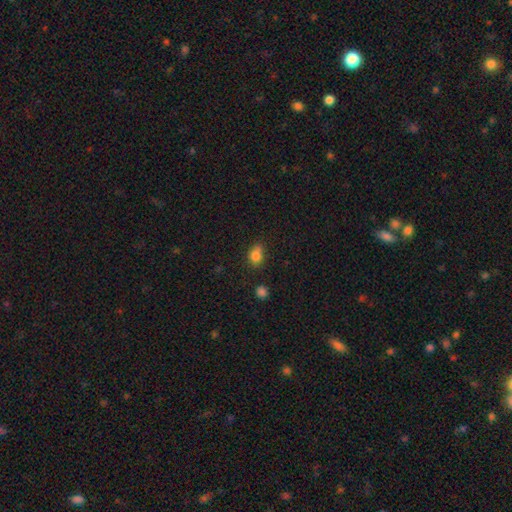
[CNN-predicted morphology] Smooth or featured? Predicted: smooth (p=0.81). How rounded? Predicted: in between (p=0.59). Merging? Predicted: none (p=0.58).